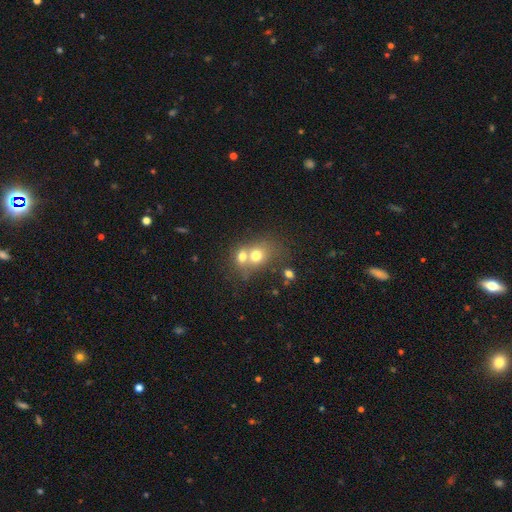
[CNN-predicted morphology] smooth 68%, featured or disk 19%, star or artifact 13%. Down the decision tree: how rounded — round (60%); merging — merger (63%).